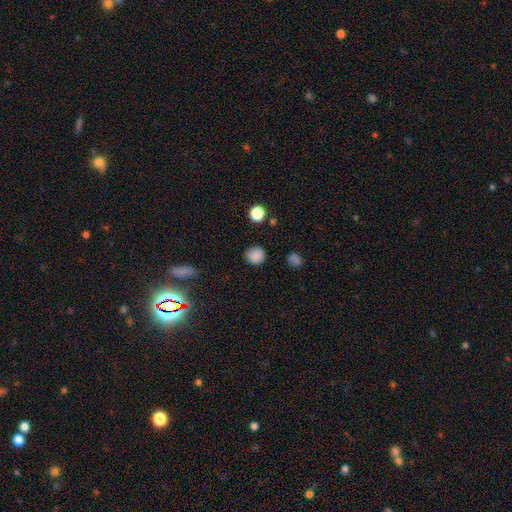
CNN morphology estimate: smooth_or_featured: smooth (p=0.84) [alt: star or artifact p=0.12]
how_rounded: round (p=0.88) [alt: in between p=0.11]
merging: none (p=0.86) [alt: minor disturbance p=0.10]